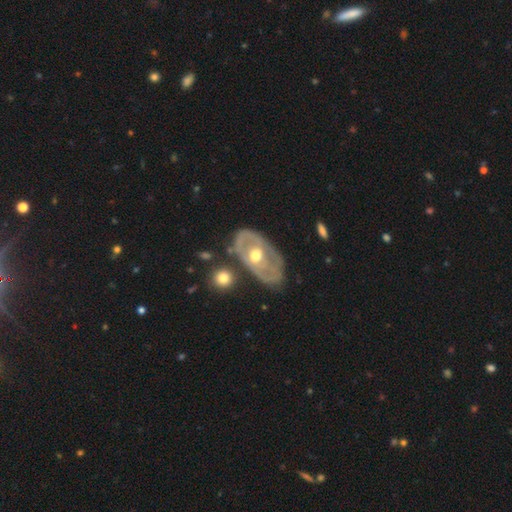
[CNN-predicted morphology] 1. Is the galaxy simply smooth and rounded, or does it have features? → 73% featured or disk, 23% smooth, 5% star or artifact.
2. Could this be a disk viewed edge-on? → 91% no, 9% yes.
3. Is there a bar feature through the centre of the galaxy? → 77% no, 17% weak, 6% strong.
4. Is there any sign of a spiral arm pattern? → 58% no, 42% yes.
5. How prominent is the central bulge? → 78% moderate, 14% small, 6% large, 1% dominant, 1% none.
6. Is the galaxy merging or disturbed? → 66% none, 21% minor disturbance, 8% major disturbance, 5% merger.